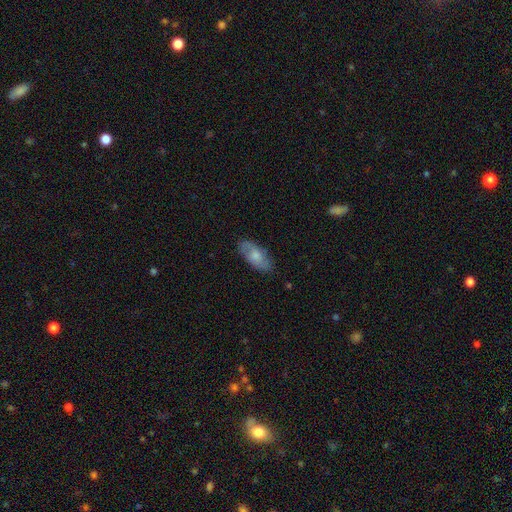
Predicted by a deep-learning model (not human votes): smooth-or-featured: smooth: 60% | featured or disk: 34% | star or artifact: 6%
  how-rounded: in between: 88% | cigar-shaped: 9% | round: 3%
  merging: none: 79% | minor disturbance: 16% | major disturbance: 4% | merger: 1%